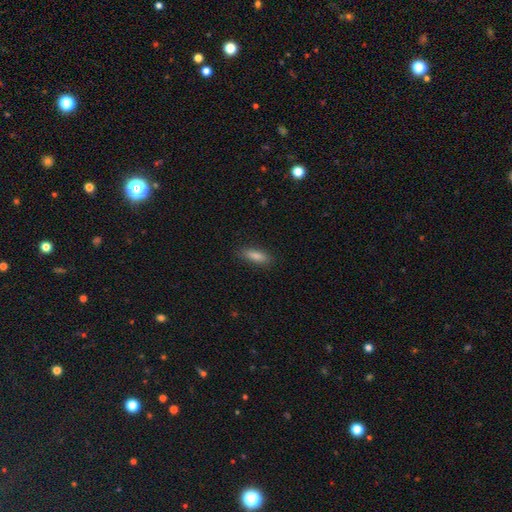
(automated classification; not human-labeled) Morphology: type=smooth (82%); roundness=in between (54%); merging=none (87%).